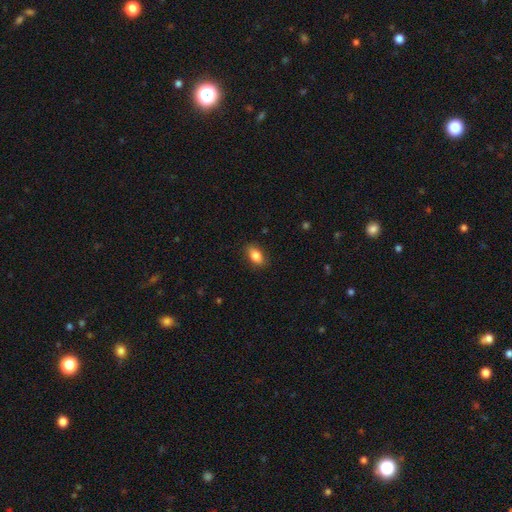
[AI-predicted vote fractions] Smooth or featured? smooth (83%)
How rounded? in between (85%)
Merging? none (86%)